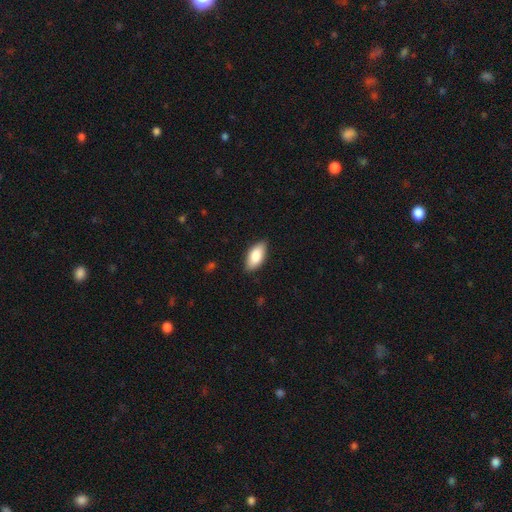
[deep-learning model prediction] Overall: smooth (84%). How rounded: in between (91%). Merging: none (85%).